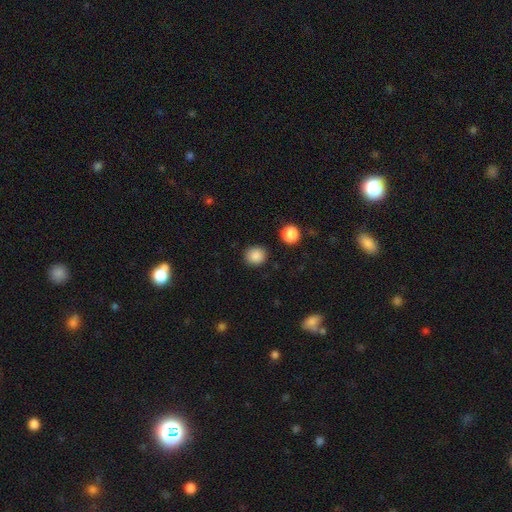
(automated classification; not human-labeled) Smooth or featured? smooth (87%)
How rounded? round (88%)
Merging? none (90%)